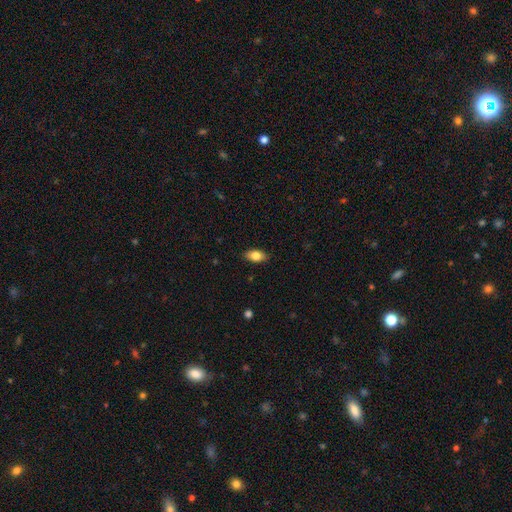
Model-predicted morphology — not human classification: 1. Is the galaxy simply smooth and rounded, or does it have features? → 82% smooth, 10% featured or disk, 7% star or artifact.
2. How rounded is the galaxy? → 90% in between, 5% round, 4% cigar-shaped.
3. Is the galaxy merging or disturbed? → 88% none, 9% minor disturbance, 2% major disturbance, 1% merger.